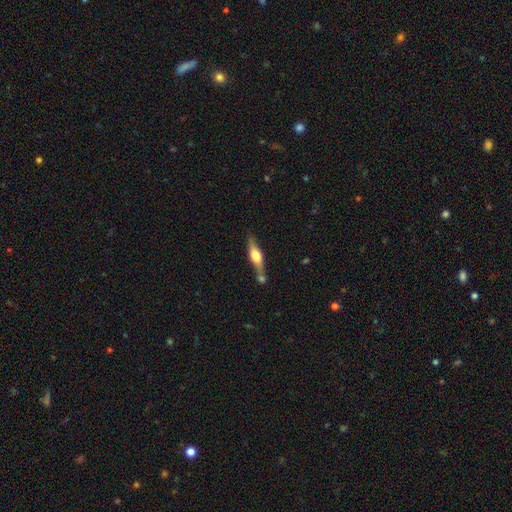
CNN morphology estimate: Q: Smooth or featured?
A: featured or disk (58%); runner-up: smooth (35%)
Q: Edge-on disk?
A: yes (92%); runner-up: no (8%)
Q: Edge-on bulge?
A: rounded (87%); runner-up: boxy (10%)
Q: Merging?
A: none (58%); runner-up: merger (22%)